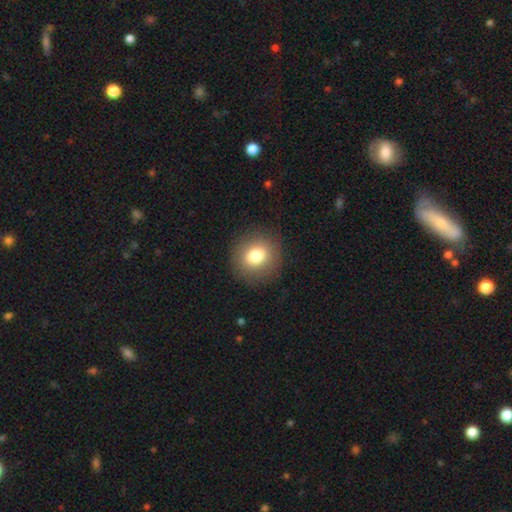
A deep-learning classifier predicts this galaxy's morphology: smooth-or-featured: smooth: 78% | featured or disk: 12% | star or artifact: 11%
  how-rounded: round: 86% | in between: 13% | cigar-shaped: 1%
  merging: none: 89% | minor disturbance: 7% | major disturbance: 3% | merger: 1%